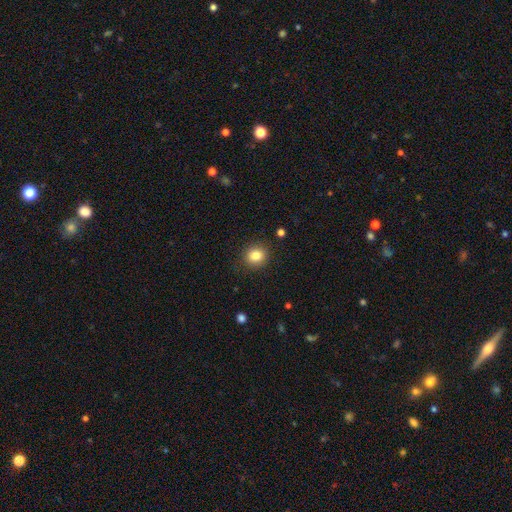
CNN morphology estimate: The model was most divided on "how rounded": round: 82%, in between: 17%, cigar-shaped: 1%. More confident: merging — none (88%); smooth or featured — smooth (83%).